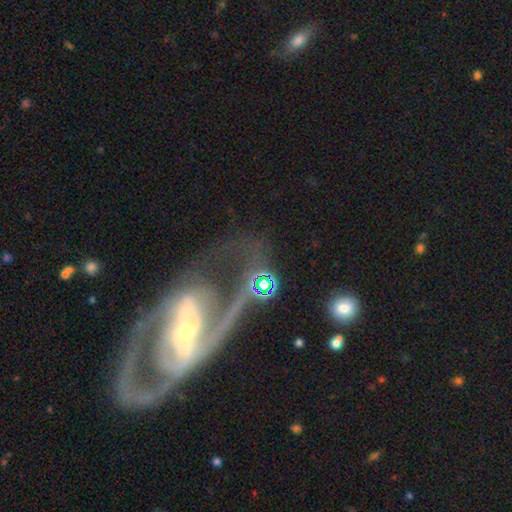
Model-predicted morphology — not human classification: The model was most divided on "bar": strong: 40%, weak: 34%, no: 26%. Remaining: edge-on disk — no (92%); spiral arms — yes (85%); spiral arm count — 2 (74%); smooth or featured — featured or disk (73%); bulge size — small (48%); merging — none (47%); spiral winding — medium (44%).